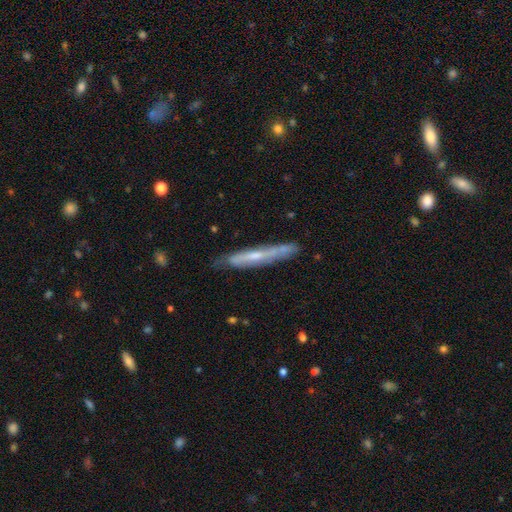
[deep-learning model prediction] A featured or disk galaxy (60%) viewed edge-on (77%). Merging: none (73%).